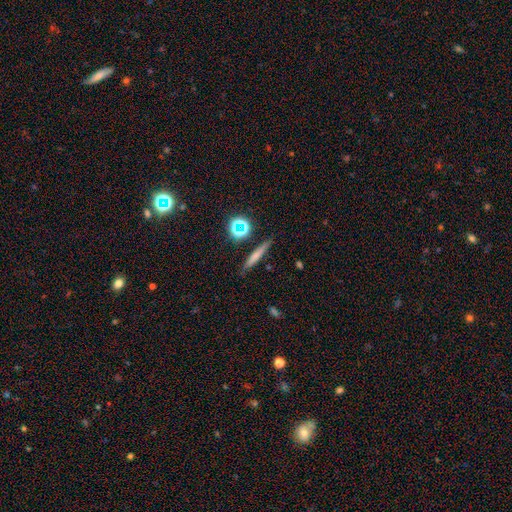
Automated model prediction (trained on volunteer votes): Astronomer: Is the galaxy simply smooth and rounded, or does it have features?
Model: smooth — 63%.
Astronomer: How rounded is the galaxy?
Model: cigar-shaped — 89%.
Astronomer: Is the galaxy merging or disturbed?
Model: none — 83%.